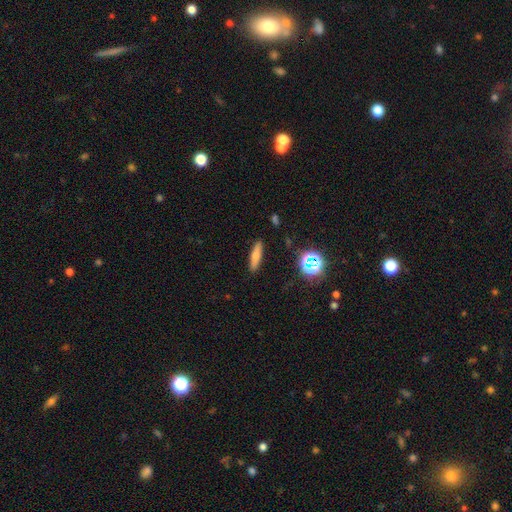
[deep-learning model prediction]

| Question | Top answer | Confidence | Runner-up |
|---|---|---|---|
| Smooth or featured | smooth | 62% | featured or disk (27%) |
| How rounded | cigar-shaped | 76% | in between (20%) |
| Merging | none | 89% | minor disturbance (7%) |